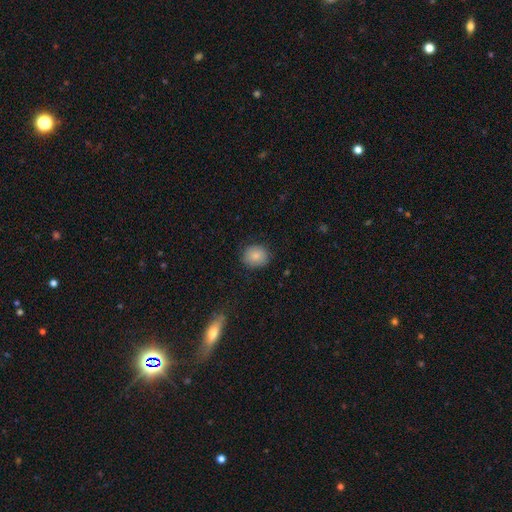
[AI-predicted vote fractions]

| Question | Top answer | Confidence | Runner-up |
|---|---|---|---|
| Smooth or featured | smooth | 85% | star or artifact (8%) |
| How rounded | round | 74% | in between (25%) |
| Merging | none | 84% | minor disturbance (12%) |